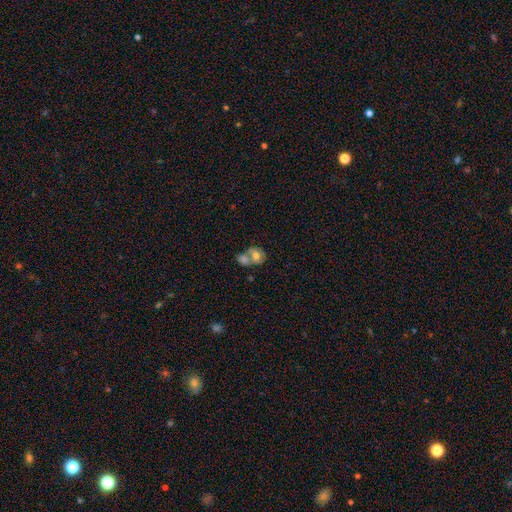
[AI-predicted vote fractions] A smooth galaxy with no disk features (63%) that is round (57%).

Vote fractions:
- Smooth or featured? smooth: 63% / featured or disk: 28% / star or artifact: 8%
- How rounded? round: 57% / in between: 42% / cigar-shaped: 1%
- Merging? merger: 65% / none: 21% / minor disturbance: 9% / major disturbance: 6%